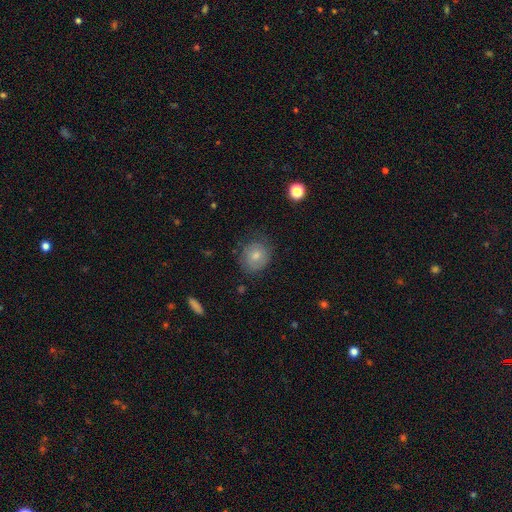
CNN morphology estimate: Smooth or featured?
  - smooth: 69% *
  - featured or disk: 22%
  - star or artifact: 9%
How rounded?
  - round: 77% *
  - in between: 22%
  - cigar-shaped: 1%
Merging?
  - none: 71% *
  - minor disturbance: 20%
  - major disturbance: 7%
  - merger: 1%